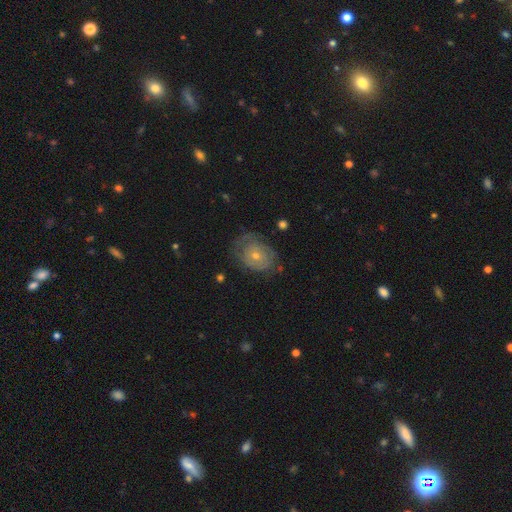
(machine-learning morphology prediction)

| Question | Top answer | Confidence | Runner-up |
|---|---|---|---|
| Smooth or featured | featured or disk | 61% | smooth (30%) |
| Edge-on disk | no | 96% | yes (4%) |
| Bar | no | 84% | weak (14%) |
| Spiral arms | yes | 72% | no (28%) |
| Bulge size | small | 56% | moderate (40%) |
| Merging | none | 66% | minor disturbance (22%) |